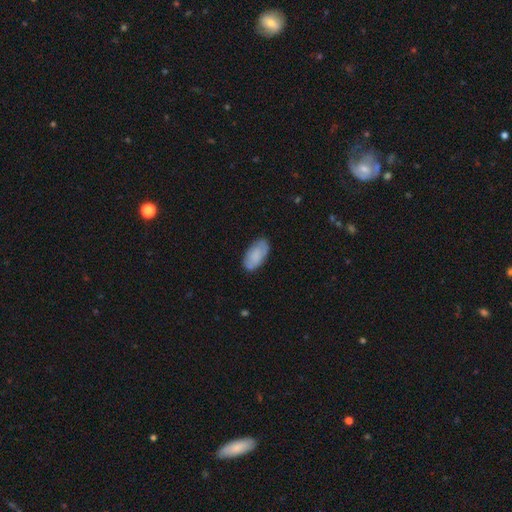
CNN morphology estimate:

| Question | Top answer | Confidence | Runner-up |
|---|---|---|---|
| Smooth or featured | smooth | 72% | featured or disk (21%) |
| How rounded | in between | 94% | cigar-shaped (3%) |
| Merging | none | 79% | minor disturbance (17%) |